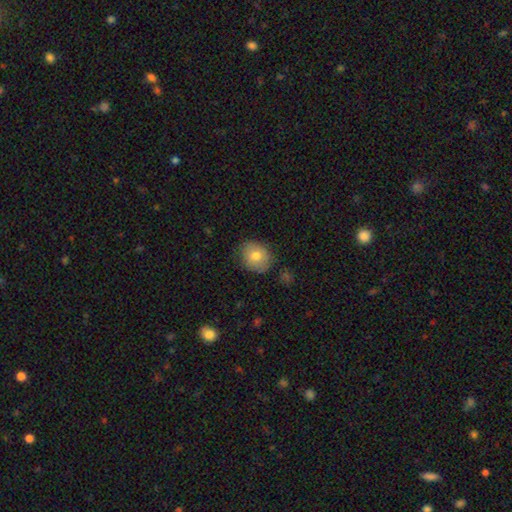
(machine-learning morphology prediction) Overall: smooth (75%). How rounded: round (68%; in between 32%). Merging: none (76%).